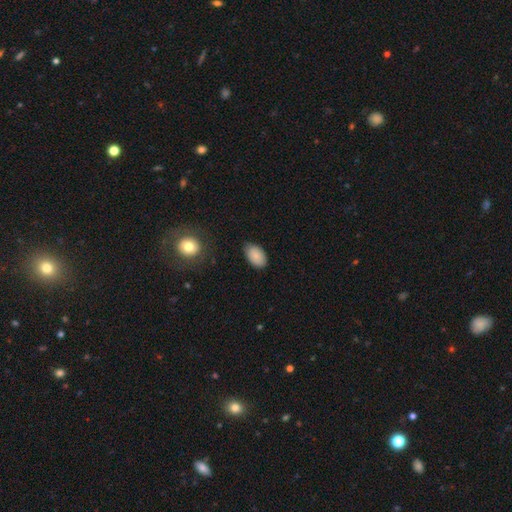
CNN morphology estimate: This is clearly a smooth galaxy (84%). How rounded: clearly in between (92%). Merging: clearly none (81%).